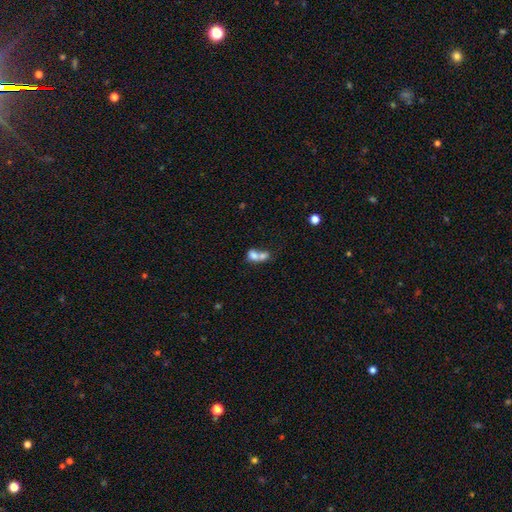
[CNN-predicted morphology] A smooth galaxy with no disk features (71%) that is in between round and cigar-shaped (60%).

Vote fractions:
- Smooth or featured? smooth: 71% / featured or disk: 19% / star or artifact: 10%
- How rounded? in between: 60% / round: 37% / cigar-shaped: 3%
- Merging? merger: 75% / none: 15% / minor disturbance: 5% / major disturbance: 4%